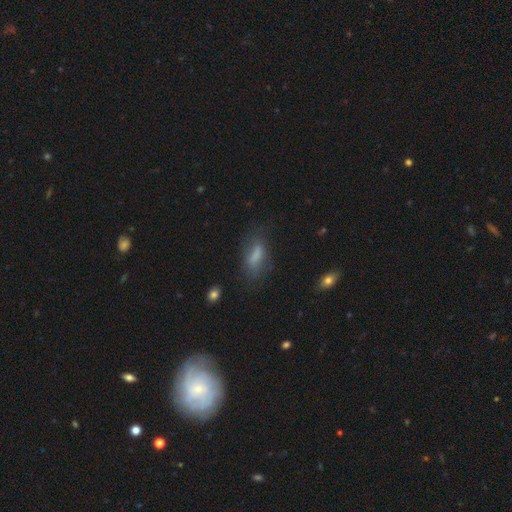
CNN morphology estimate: Smooth or featured? smooth (69%)
How rounded? in between (69%)
Merging? none (59%)